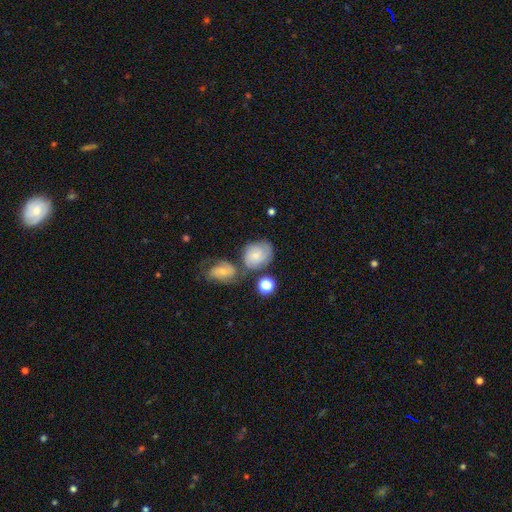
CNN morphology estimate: Overall: smooth (47%; featured or disk 44%). Merging: none (44%; merger 28%).